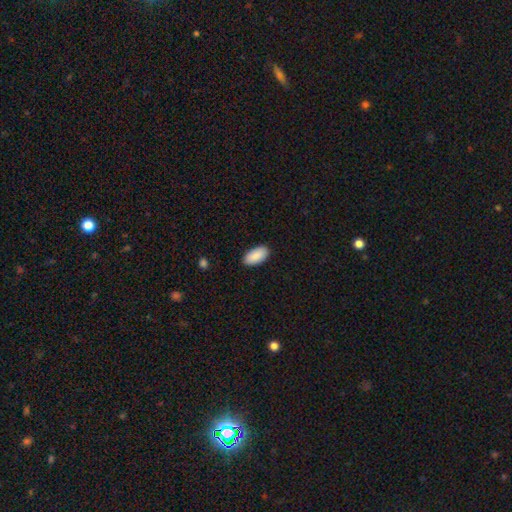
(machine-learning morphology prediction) smooth 90%, star or artifact 6%, featured or disk 4%. Down the decision tree: how rounded — in between (95%); merging — none (88%).